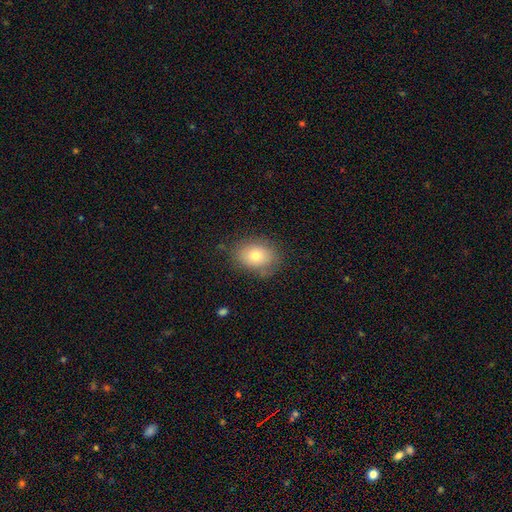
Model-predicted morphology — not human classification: Smooth or featured? Predicted: smooth (p=0.77). How rounded? Predicted: in between (p=0.69). Merging? Predicted: none (p=0.77).